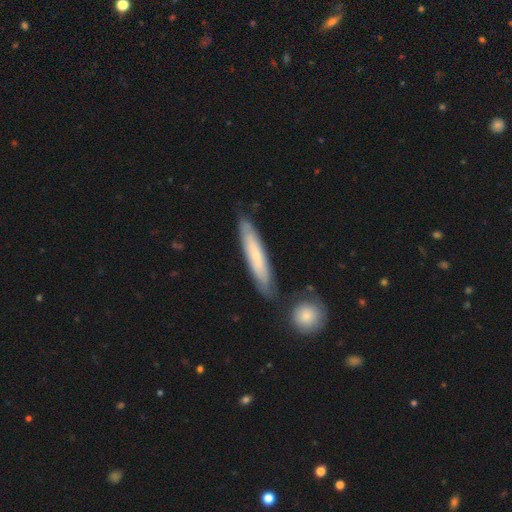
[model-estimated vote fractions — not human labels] Smooth or featured? smooth (55%)
How rounded? cigar-shaped (89%)
Merging? none (78%)